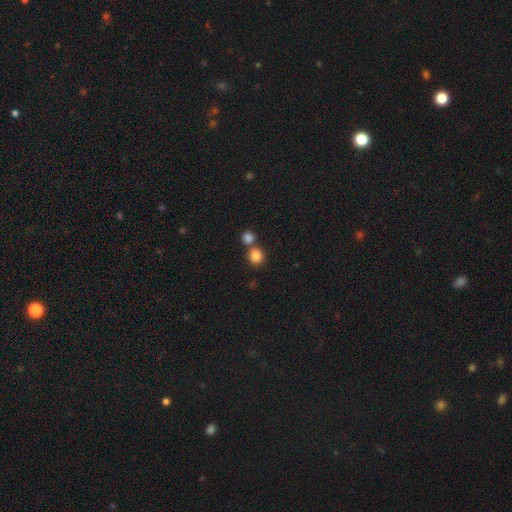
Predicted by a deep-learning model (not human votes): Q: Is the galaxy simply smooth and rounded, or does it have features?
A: smooth — 84%.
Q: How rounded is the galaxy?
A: round — 88%.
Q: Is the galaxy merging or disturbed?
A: none — 59%.